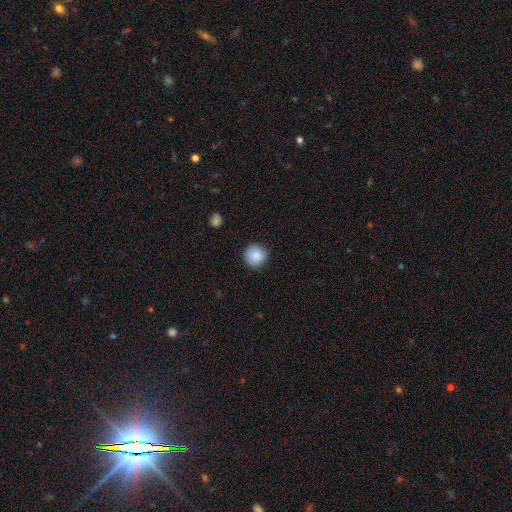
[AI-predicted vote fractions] Smooth or featured?
  - smooth: 87% *
  - star or artifact: 8%
  - featured or disk: 5%
How rounded?
  - round: 95% *
  - in between: 4%
  - cigar-shaped: 1%
Merging?
  - none: 88% *
  - minor disturbance: 9%
  - major disturbance: 2%
  - merger: 1%